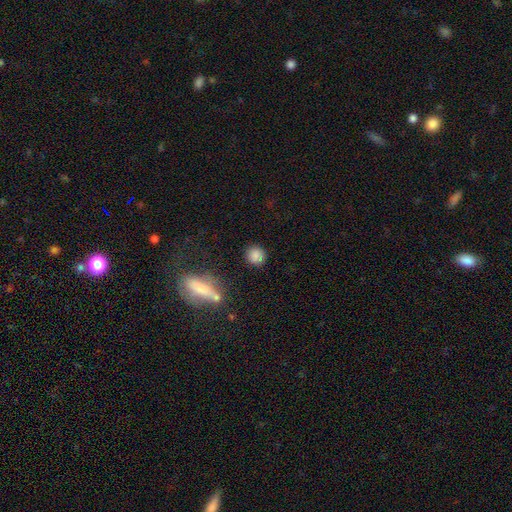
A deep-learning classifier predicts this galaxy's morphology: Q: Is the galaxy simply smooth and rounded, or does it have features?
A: smooth — 83%.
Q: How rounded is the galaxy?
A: round — 87%.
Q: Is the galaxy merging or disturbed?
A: none — 81%.